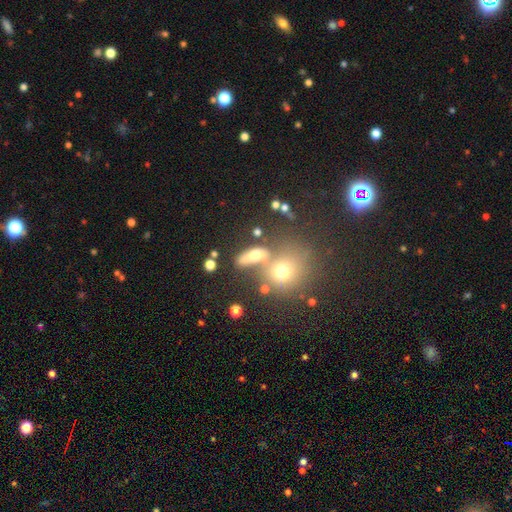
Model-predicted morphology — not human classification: Smooth or featured? smooth (53%)
How rounded? round (63%)
Merging? none (47%)